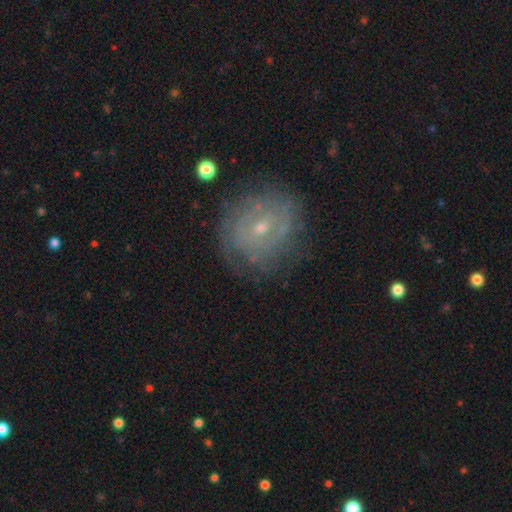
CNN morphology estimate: Smooth or featured: featured or disk — 56% (smooth — 25%)
Edge-on disk: no — 95% (yes — 5%)
Bar: no — 56% (weak — 35%)
Spiral arms: yes — 79% (no — 21%)
Bulge size: small — 75% (moderate — 22%)
Merging: none — 83% (minor disturbance — 12%)